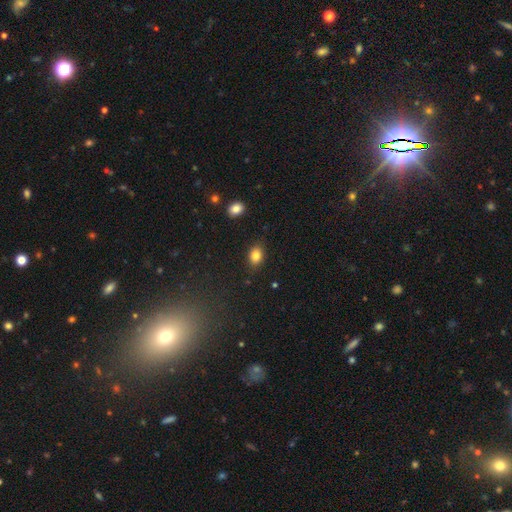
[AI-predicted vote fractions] Overall: smooth (84%). How rounded: in between (76%). Merging: none (84%).